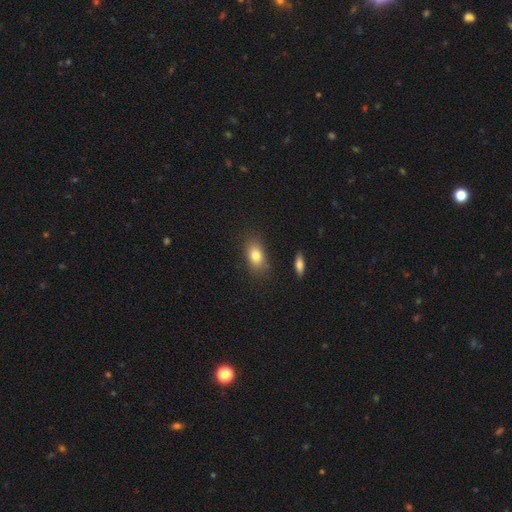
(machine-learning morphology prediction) Overall: smooth (80%). How rounded: in between (82%). Merging: none (80%).